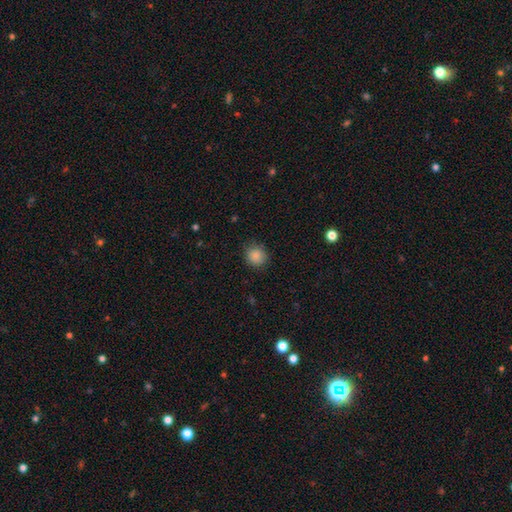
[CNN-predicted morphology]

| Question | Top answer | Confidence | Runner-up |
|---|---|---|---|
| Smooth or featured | smooth | 85% | star or artifact (10%) |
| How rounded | round | 87% | in between (12%) |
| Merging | none | 86% | minor disturbance (11%) |